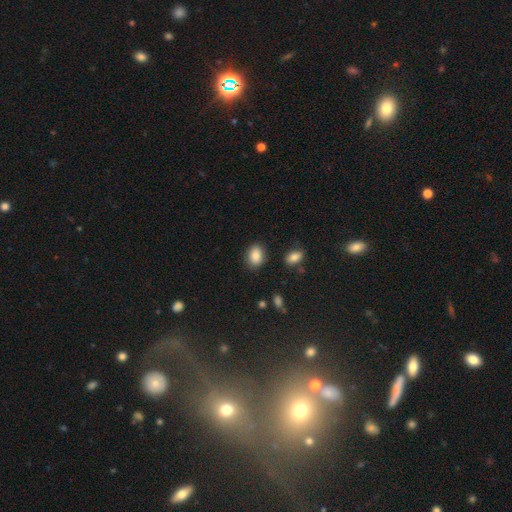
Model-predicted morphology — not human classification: smooth-or-featured: smooth: 85% | star or artifact: 8% | featured or disk: 7%
  how-rounded: in between: 65% | round: 34% | cigar-shaped: 1%
  merging: none: 85% | minor disturbance: 10% | major disturbance: 3% | merger: 2%